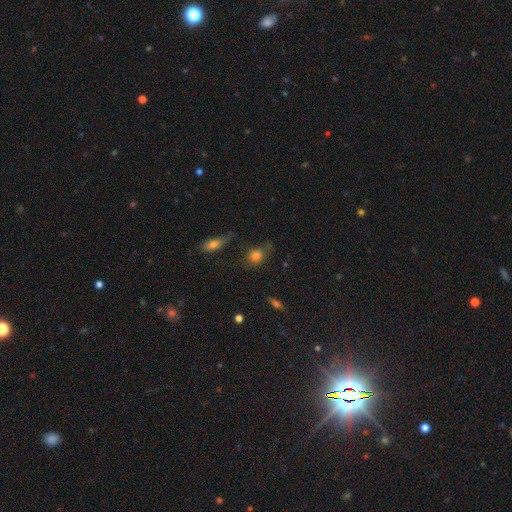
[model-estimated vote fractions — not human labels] Smooth or featured?
  - smooth: 78% *
  - star or artifact: 11%
  - featured or disk: 11%
How rounded?
  - round: 56% *
  - in between: 41%
  - cigar-shaped: 3%
Merging?
  - none: 62% *
  - minor disturbance: 24%
  - major disturbance: 8%
  - merger: 6%